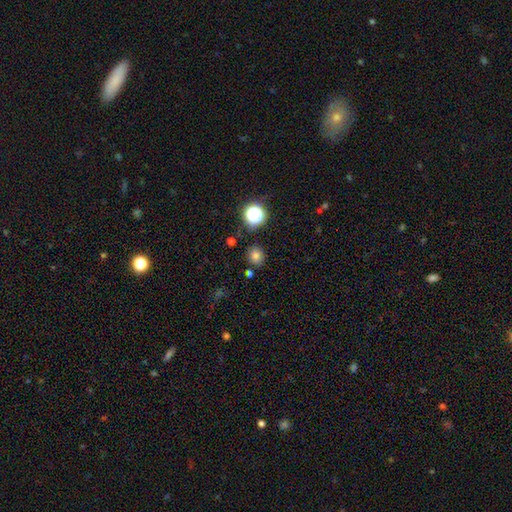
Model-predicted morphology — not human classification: smooth 75%, star or artifact 18%, featured or disk 7%. Down the decision tree: how rounded — round (83%); merging — none (83%).